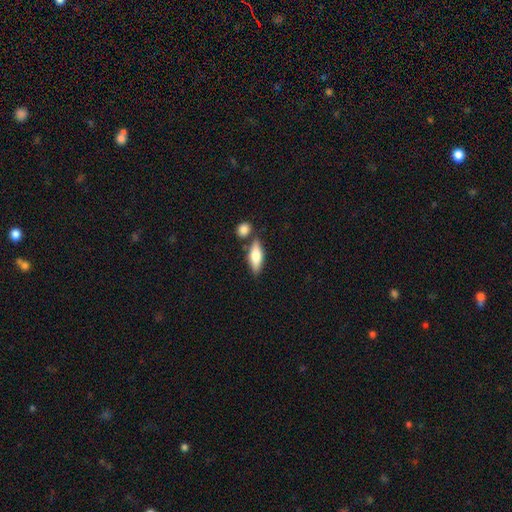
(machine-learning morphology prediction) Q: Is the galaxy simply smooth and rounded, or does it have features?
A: smooth — 67%.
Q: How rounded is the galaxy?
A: in between — 64%.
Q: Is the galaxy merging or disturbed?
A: none — 70%.